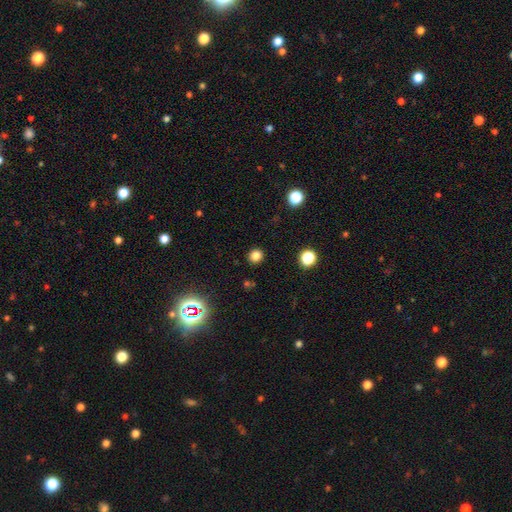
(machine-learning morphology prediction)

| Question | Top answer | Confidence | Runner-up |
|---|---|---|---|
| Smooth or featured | smooth | 80% | star or artifact (15%) |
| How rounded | round | 87% | in between (12%) |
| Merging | none | 91% | minor disturbance (6%) |